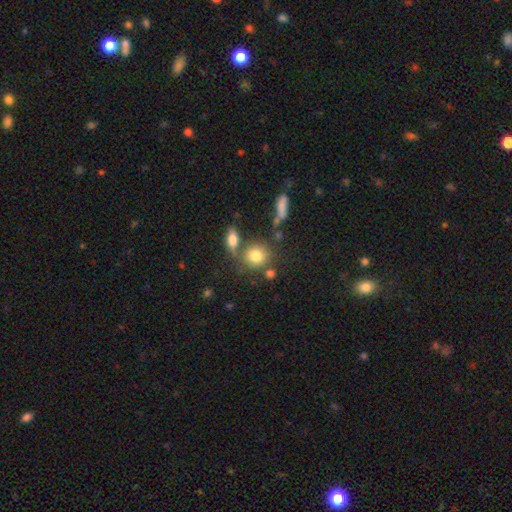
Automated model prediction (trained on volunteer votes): smooth 79%, featured or disk 11%, star or artifact 10%. Down the decision tree: how rounded — round (77%); merging — none (58%).